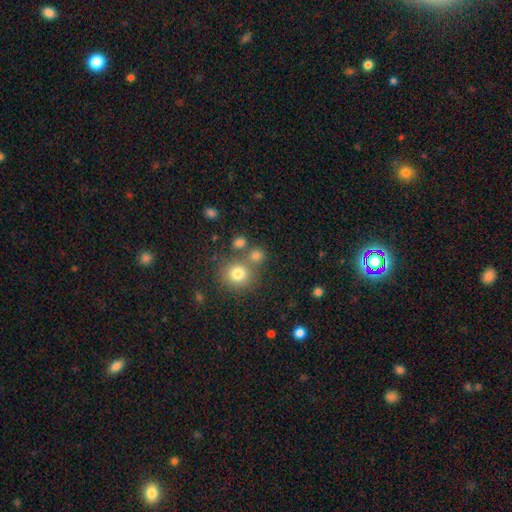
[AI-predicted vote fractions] smooth 77%, star or artifact 16%, featured or disk 8%. Down the decision tree: how rounded — round (84%); merging — none (64%).